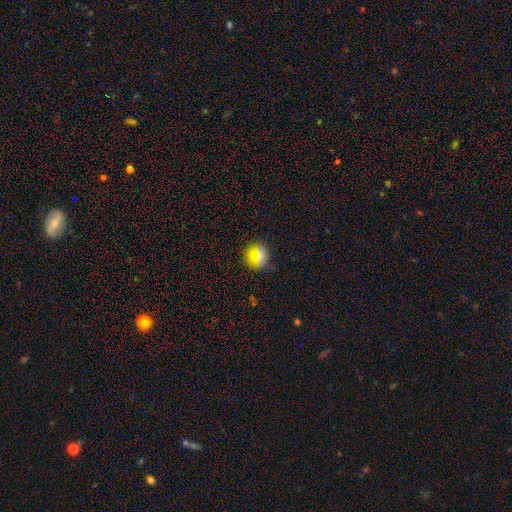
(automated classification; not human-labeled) A smooth galaxy with no disk features (69%) that is round (92%). Merging: none (86%).